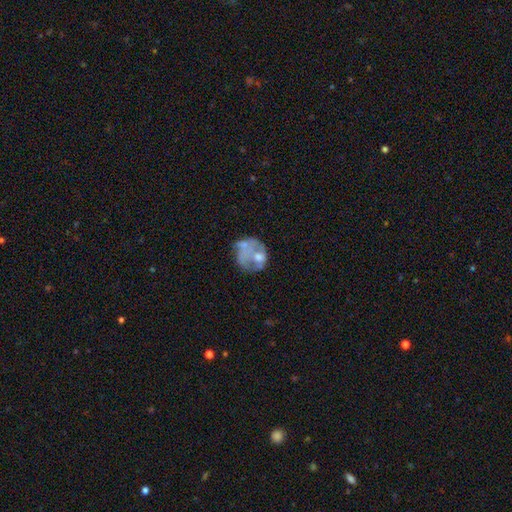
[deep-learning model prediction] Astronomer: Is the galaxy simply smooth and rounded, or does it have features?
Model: featured or disk — 49% (runner-up: smooth, 42%).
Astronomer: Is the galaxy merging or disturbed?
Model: none — 33% (runner-up: major disturbance, 27%).